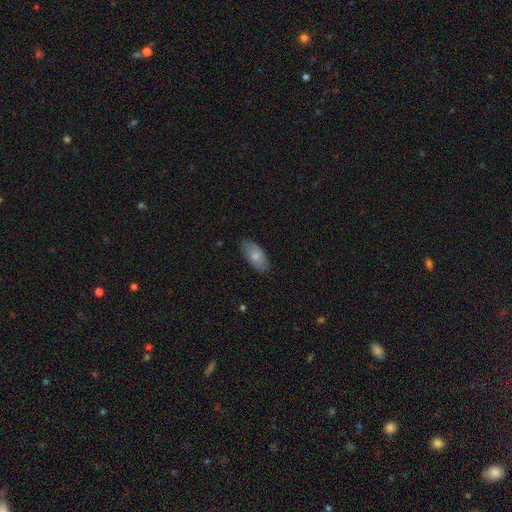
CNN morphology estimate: This is likely a smooth galaxy (78%). How rounded: clearly in between (91%). Merging: clearly none (84%).